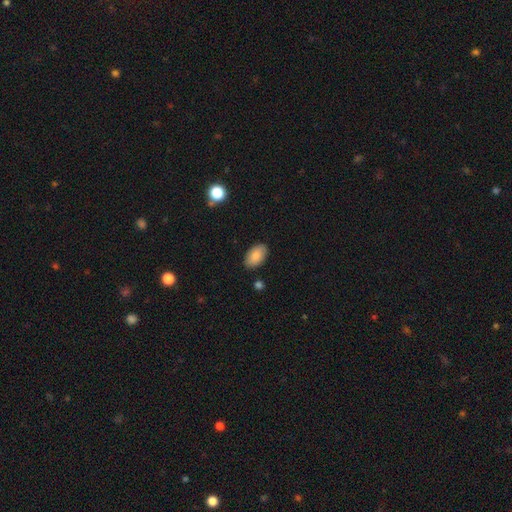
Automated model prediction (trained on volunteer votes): The model was most divided on "merging": none: 86%, minor disturbance: 11%, major disturbance: 2%, merger: 1%. More confident: how rounded — in between (94%); smooth or featured — smooth (85%).